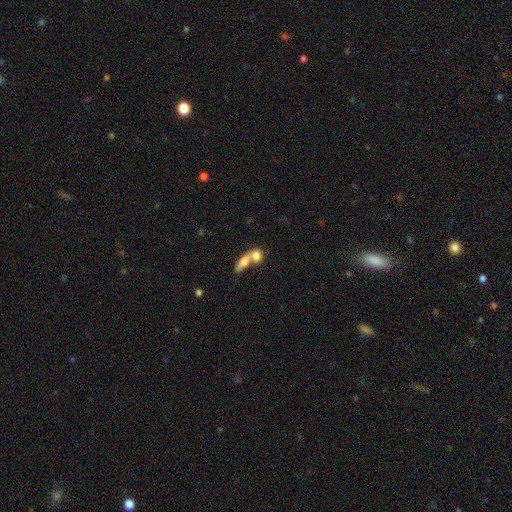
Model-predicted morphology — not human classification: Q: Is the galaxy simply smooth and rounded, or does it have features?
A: smooth — 75%.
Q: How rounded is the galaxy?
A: in between — 58%.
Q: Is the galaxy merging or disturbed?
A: merger — 67%.